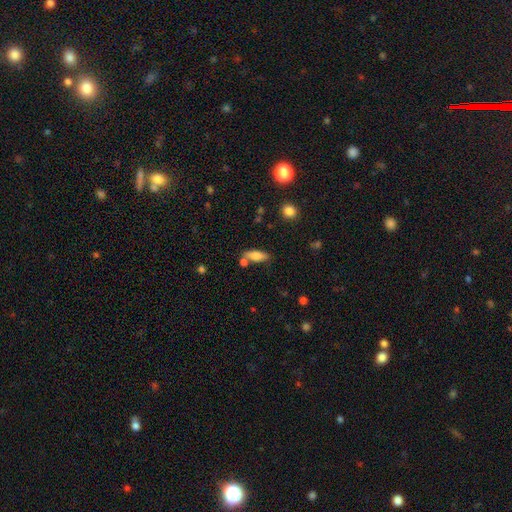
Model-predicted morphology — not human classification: Smooth or featured? smooth (74%)
How rounded? in between (69%)
Merging? none (65%)